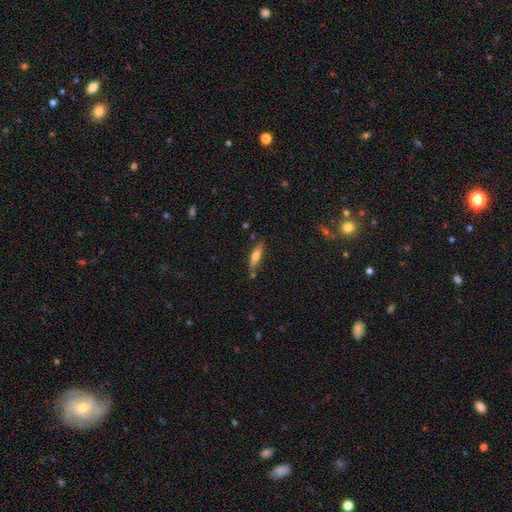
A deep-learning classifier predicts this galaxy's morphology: Smooth or featured? Predicted: smooth (p=0.64). How rounded? Predicted: cigar-shaped (p=0.69). Merging? Predicted: none (p=0.72).